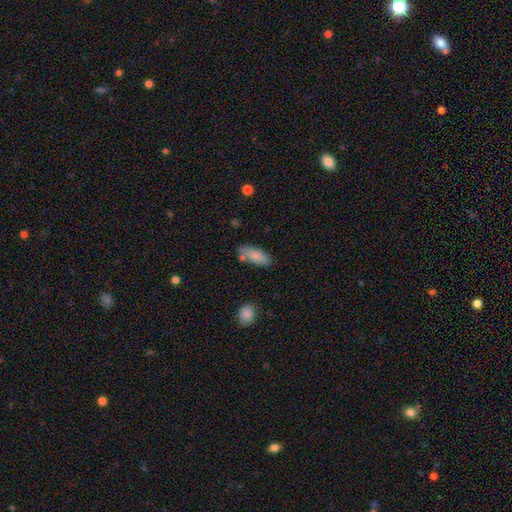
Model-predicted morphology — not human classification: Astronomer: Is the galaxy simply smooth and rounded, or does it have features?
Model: smooth — 83%.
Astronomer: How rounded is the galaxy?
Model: in between — 77%.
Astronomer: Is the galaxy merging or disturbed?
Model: none — 69%.